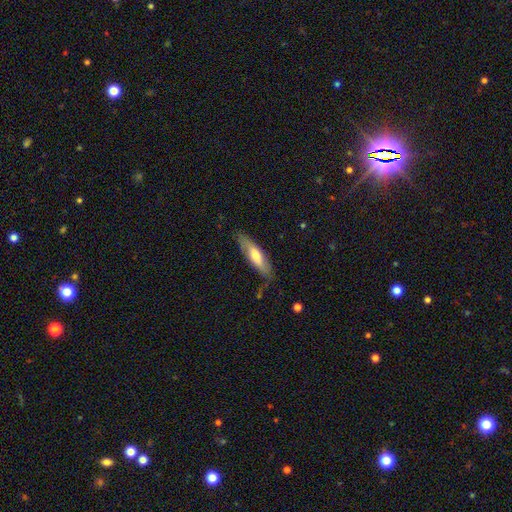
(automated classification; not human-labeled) smooth 59%, featured or disk 35%, star or artifact 6%. Down the decision tree: how rounded — cigar-shaped (58%); merging — none (75%).